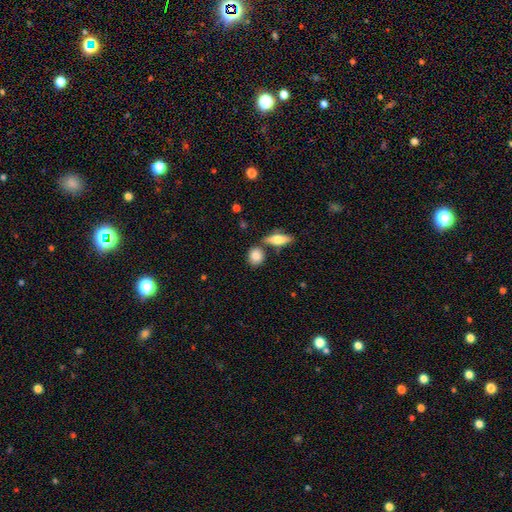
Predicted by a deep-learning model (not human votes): A smooth galaxy with no disk features (82%) that is round (60%).

Vote fractions:
- Smooth or featured? smooth: 82% / featured or disk: 11% / star or artifact: 7%
- How rounded? round: 60% / in between: 36% / cigar-shaped: 4%
- Merging? none: 72% / merger: 14% / minor disturbance: 11% / major disturbance: 3%